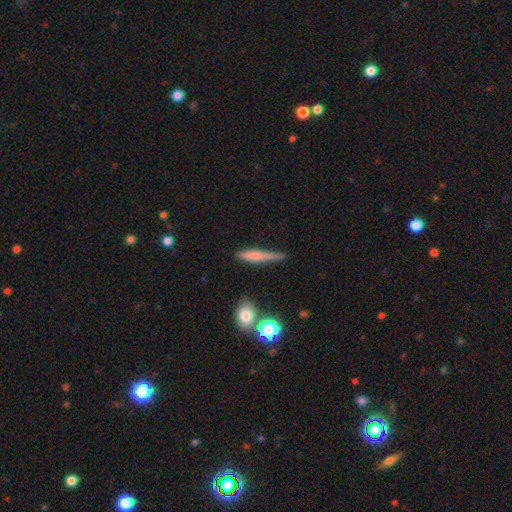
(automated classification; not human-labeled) A smooth galaxy with no disk features (64%) that is cigar-shaped (89%).

Vote fractions:
- Smooth or featured? smooth: 64% / featured or disk: 28% / star or artifact: 8%
- How rounded? cigar-shaped: 89% / in between: 8% / round: 3%
- Merging? none: 64% / minor disturbance: 24% / major disturbance: 7% / merger: 5%